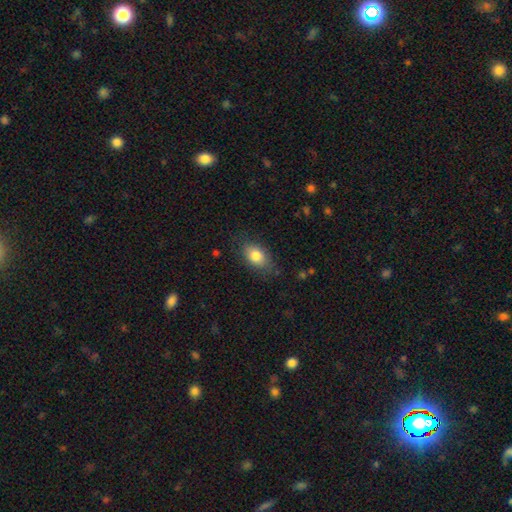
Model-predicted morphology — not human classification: smooth_or_featured: smooth (p=0.81) [alt: featured or disk p=0.11]
how_rounded: in between (p=0.86) [alt: round p=0.12]
merging: none (p=0.78) [alt: minor disturbance p=0.17]